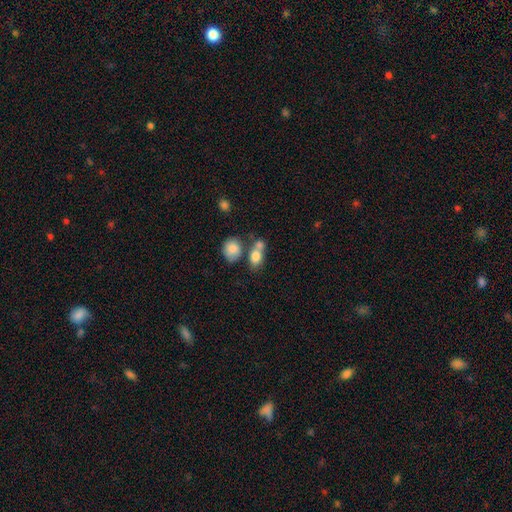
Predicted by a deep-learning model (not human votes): A smooth galaxy with no disk features (79%) that is in between round and cigar-shaped (60%). Merging: merger (50%).